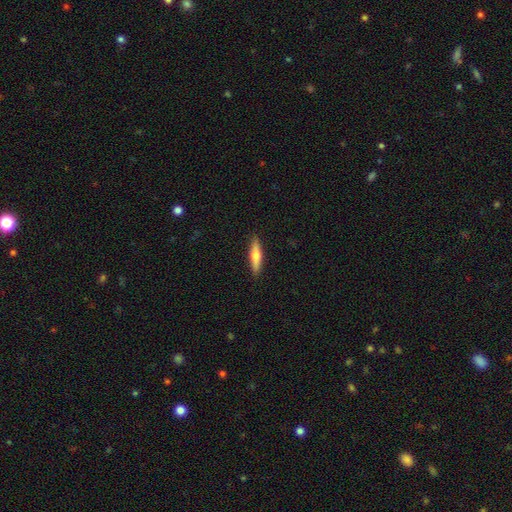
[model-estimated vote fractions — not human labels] Overall: smooth (56%; featured or disk 39%). How rounded: cigar-shaped (82%). Merging: none (90%).